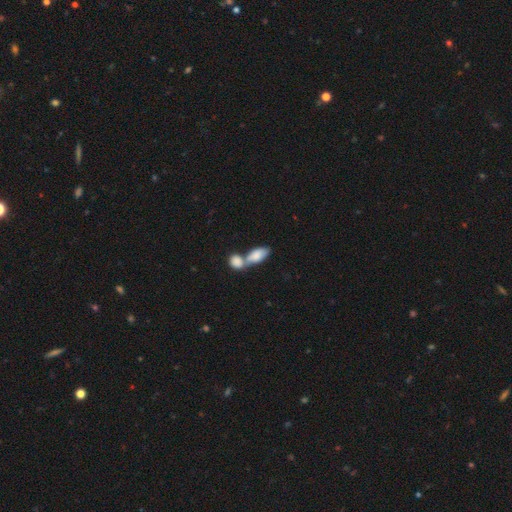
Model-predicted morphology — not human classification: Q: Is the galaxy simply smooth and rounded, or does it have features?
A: smooth — 82%.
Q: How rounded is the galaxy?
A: in between — 90%.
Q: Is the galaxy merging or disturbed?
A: merger — 67%.